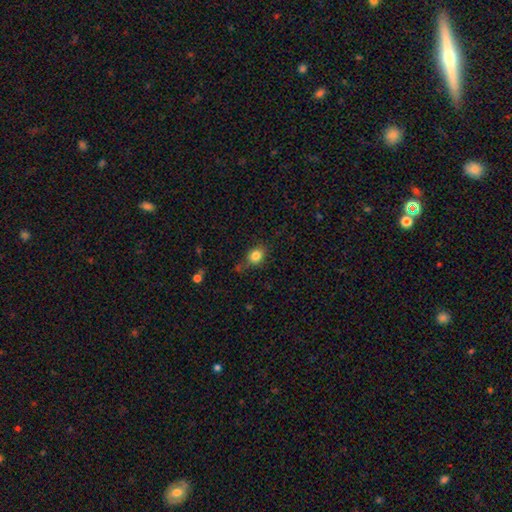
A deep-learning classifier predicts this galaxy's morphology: Smooth or featured: smooth — 83% (star or artifact — 10%)
How rounded: round — 54% (in between — 45%)
Merging: none — 72% (minor disturbance — 18%)